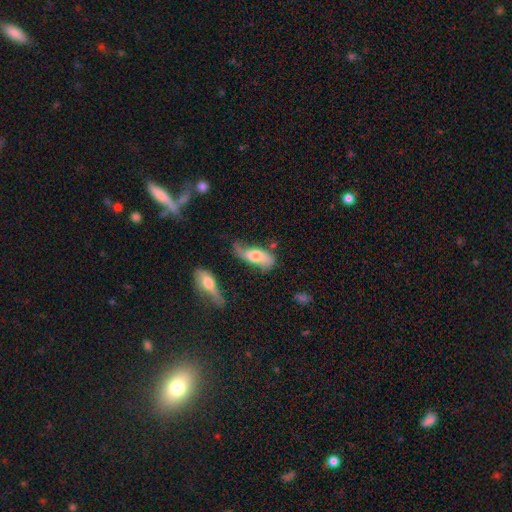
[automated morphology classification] A smooth galaxy with no disk features (47%).

Vote fractions:
- Smooth or featured? smooth: 47% / featured or disk: 46% / star or artifact: 7%
- Merging? none: 36% / minor disturbance: 30% / major disturbance: 23% / merger: 11%